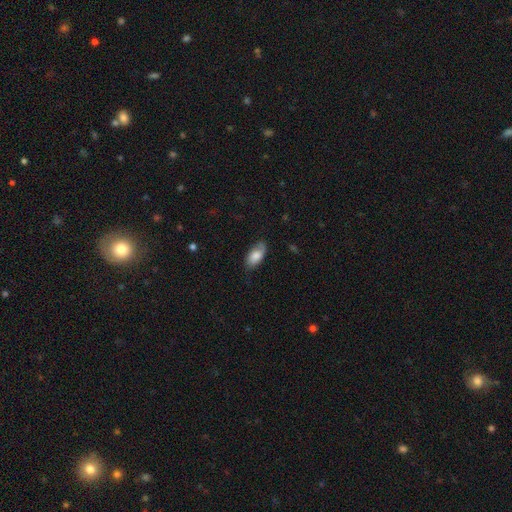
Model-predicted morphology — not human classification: This is likely a smooth galaxy (75%). How rounded: clearly in between (92%). Merging: likely none (73%).